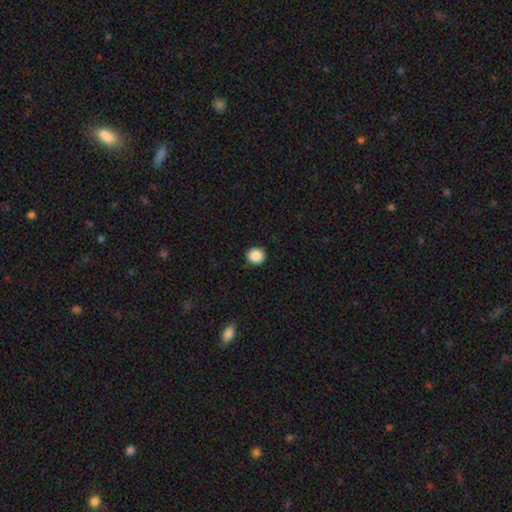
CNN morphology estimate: type=smooth (88%); roundness=round (95%); merging=none (92%).